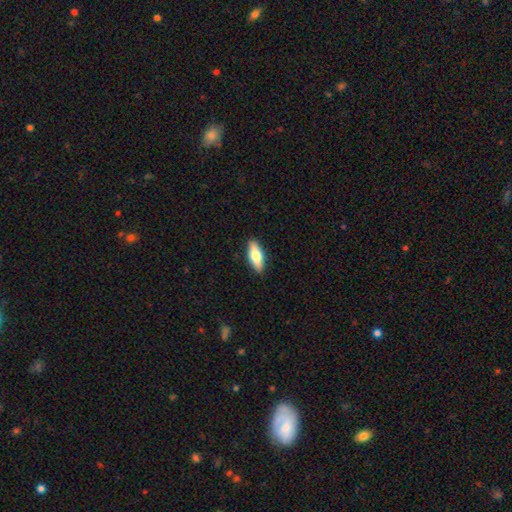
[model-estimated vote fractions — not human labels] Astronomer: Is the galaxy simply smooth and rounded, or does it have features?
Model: smooth — 70%.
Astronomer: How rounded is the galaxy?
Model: in between — 71%.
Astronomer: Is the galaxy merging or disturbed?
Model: none — 90%.